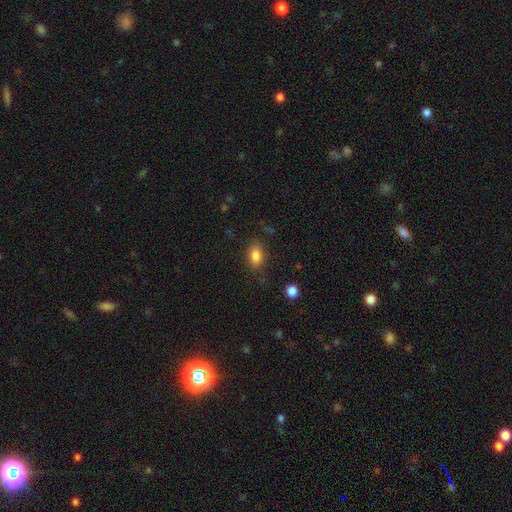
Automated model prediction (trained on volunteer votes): Smooth or featured?
  - smooth: 84% *
  - star or artifact: 9%
  - featured or disk: 6%
How rounded?
  - in between: 85% *
  - round: 11%
  - cigar-shaped: 3%
Merging?
  - none: 81% *
  - minor disturbance: 13%
  - major disturbance: 4%
  - merger: 2%